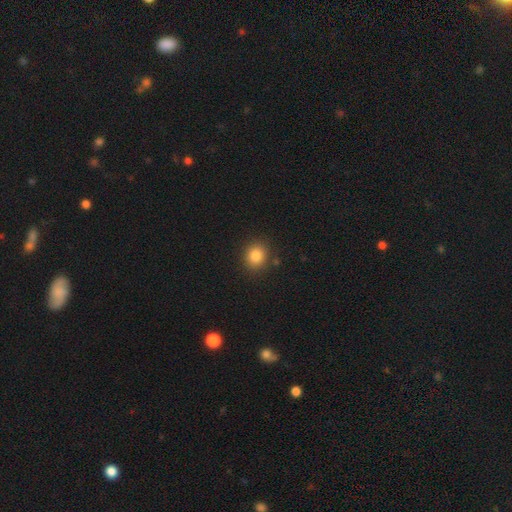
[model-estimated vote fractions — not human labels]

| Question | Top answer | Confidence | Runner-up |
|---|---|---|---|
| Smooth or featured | smooth | 85% | star or artifact (11%) |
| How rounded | round | 73% | in between (26%) |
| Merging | none | 87% | minor disturbance (9%) |